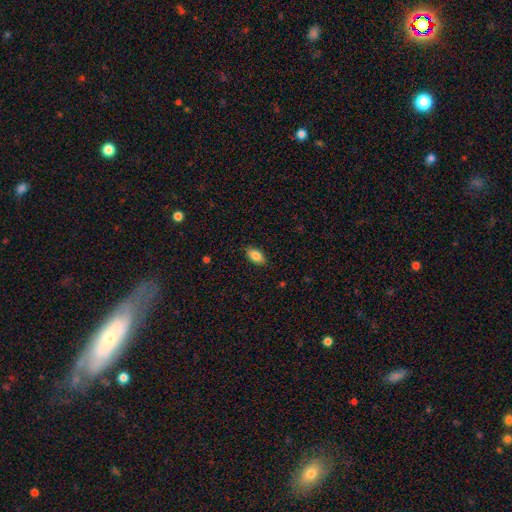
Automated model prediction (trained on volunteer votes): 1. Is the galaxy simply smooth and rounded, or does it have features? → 85% smooth, 8% featured or disk, 7% star or artifact.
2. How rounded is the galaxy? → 91% in between, 4% round, 4% cigar-shaped.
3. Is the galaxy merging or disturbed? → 87% none, 10% minor disturbance, 2% major disturbance, 1% merger.